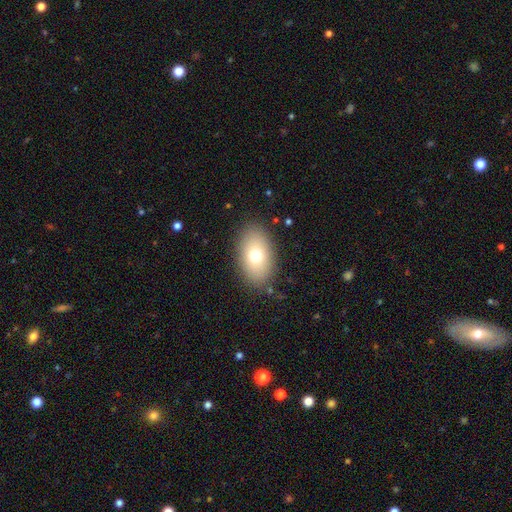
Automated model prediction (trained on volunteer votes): The model was most divided on "smooth or featured": smooth: 72%, featured or disk: 18%, star or artifact: 10%. More confident: how rounded — in between (88%); merging — none (86%).